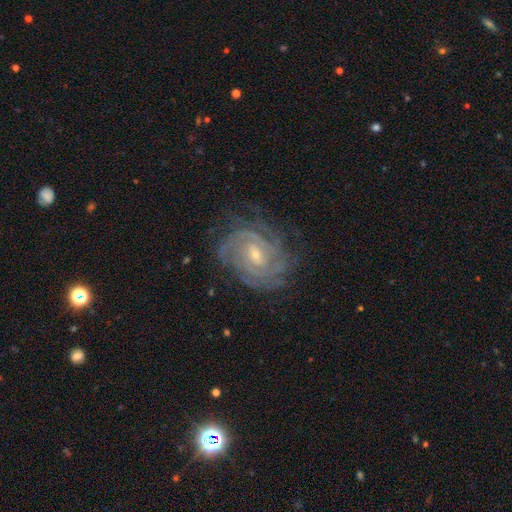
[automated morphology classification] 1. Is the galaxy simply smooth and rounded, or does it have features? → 83% featured or disk, 10% star or artifact, 8% smooth.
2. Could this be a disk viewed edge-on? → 97% no, 3% yes.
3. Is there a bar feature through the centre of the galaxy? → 47% weak, 40% no, 13% strong.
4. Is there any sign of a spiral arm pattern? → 96% yes, 4% no.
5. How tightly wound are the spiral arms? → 72% tight, 23% medium, 5% loose.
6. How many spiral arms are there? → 33% can't tell, 18% 3, 18% 2, 15% 4, 8% more than 4, 7% 1.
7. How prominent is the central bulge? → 51% small, 44% moderate, 2% large, 2% none, 1% dominant.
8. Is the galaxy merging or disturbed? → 78% none, 15% minor disturbance, 6% major disturbance, 1% merger.